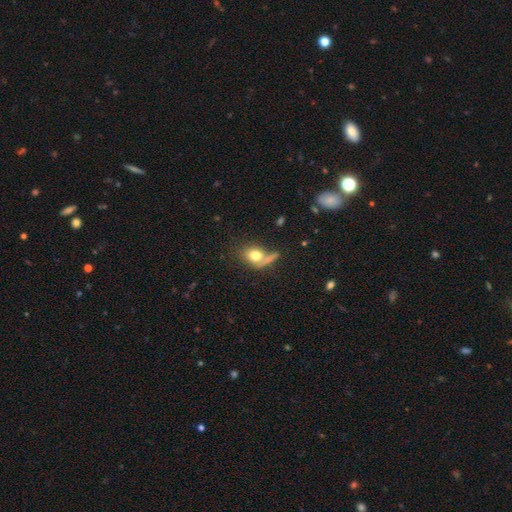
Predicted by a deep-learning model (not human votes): Smooth or featured? Predicted: smooth (p=0.75). How rounded? Predicted: in between (p=0.55). Merging? Predicted: none (p=0.44).